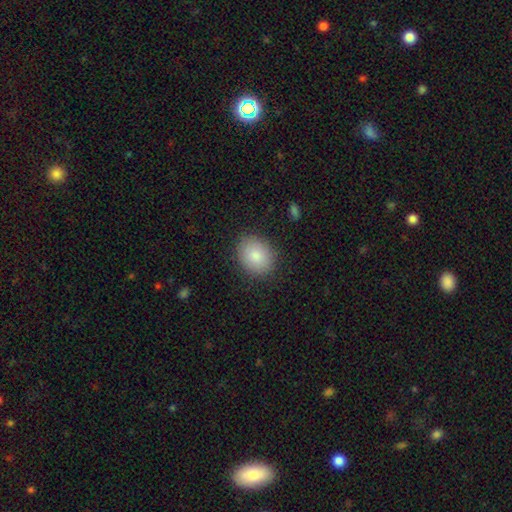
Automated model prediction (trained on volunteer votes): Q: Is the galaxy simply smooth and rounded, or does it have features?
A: smooth — 85%.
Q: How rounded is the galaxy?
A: round — 52%.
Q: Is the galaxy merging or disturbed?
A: none — 86%.